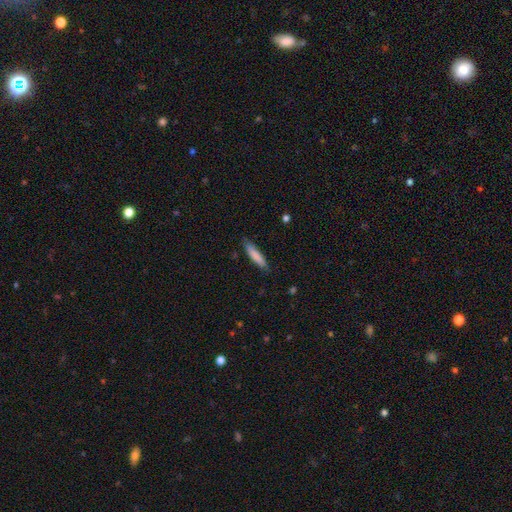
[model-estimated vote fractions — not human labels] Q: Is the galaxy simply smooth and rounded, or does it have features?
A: smooth — 82%.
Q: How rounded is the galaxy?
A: cigar-shaped — 84%.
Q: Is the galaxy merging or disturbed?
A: none — 84%.